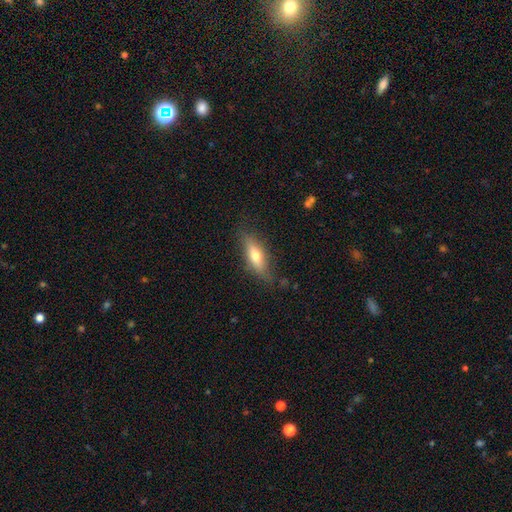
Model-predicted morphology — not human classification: smooth-or-featured: smooth: 57% | featured or disk: 36% | star or artifact: 7%
  how-rounded: in between: 49% | cigar-shaped: 47% | round: 3%
  merging: none: 76% | minor disturbance: 18% | major disturbance: 5% | merger: 2%